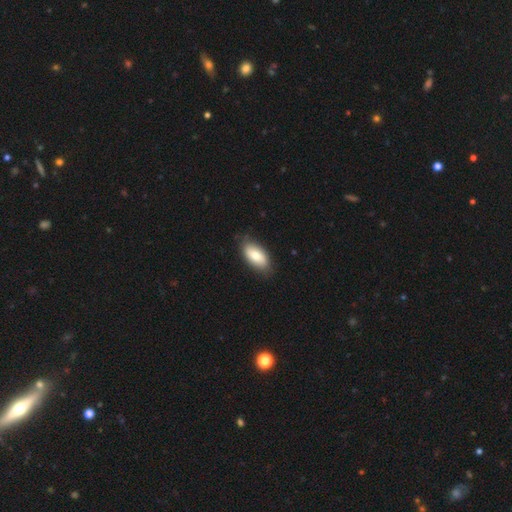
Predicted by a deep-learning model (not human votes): Smooth or featured: smooth — 78% (featured or disk — 16%)
How rounded: in between — 93% (cigar-shaped — 4%)
Merging: none — 80% (minor disturbance — 16%)